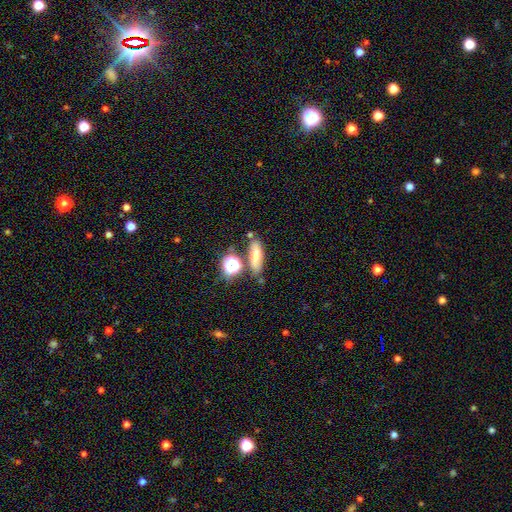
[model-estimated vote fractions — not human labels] Smooth or featured: smooth — 62% (featured or disk — 21%)
How rounded: in between — 46% (cigar-shaped — 41%)
Merging: none — 67% (minor disturbance — 15%)